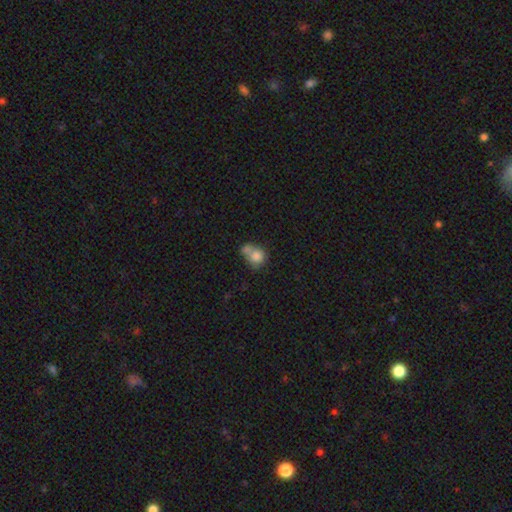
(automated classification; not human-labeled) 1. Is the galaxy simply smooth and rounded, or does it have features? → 78% smooth, 12% featured or disk, 10% star or artifact.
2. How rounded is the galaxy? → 66% round, 33% in between, 1% cigar-shaped.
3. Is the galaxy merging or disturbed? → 52% merger, 28% none, 13% minor disturbance, 7% major disturbance.